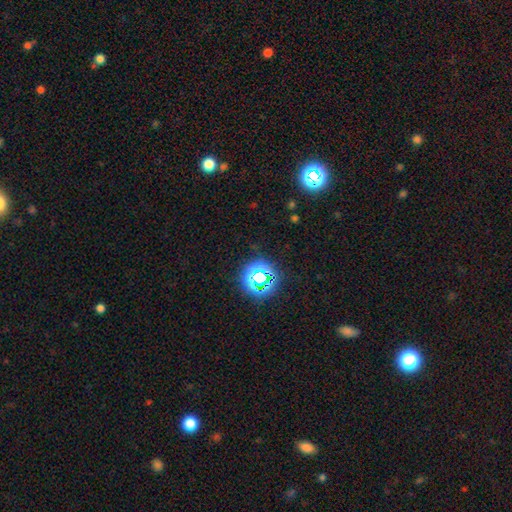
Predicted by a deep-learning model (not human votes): Smooth or featured?
  - star or artifact: 68% *
  - smooth: 25%
  - featured or disk: 7%